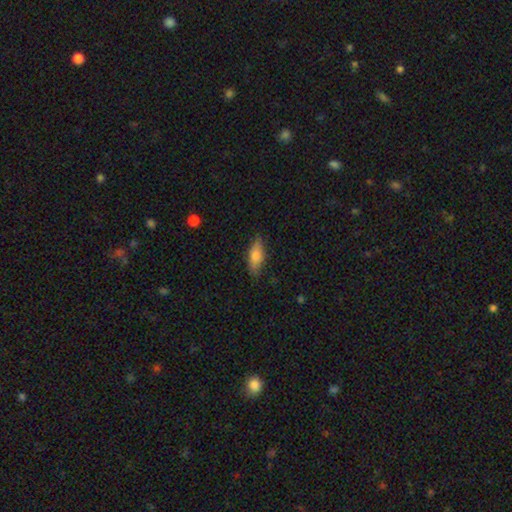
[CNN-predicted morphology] The model was most divided on "how rounded": in between: 73%, cigar-shaped: 24%, round: 2%. More confident: smooth or featured — smooth (80%); merging — none (79%).